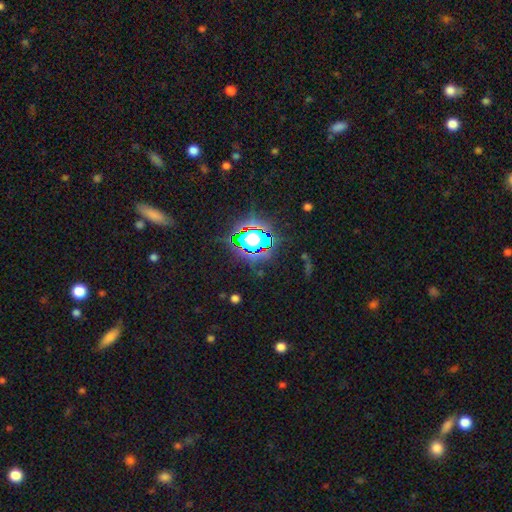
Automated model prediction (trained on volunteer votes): A star or artifact, not a galaxy (79%).

Vote fractions:
- Smooth or featured? star or artifact: 79% / smooth: 12% / featured or disk: 8%